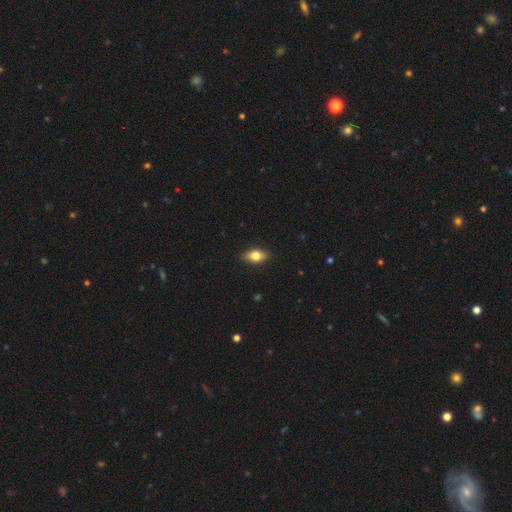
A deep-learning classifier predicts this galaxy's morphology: type=smooth (74%); roundness=in between (83%); merging=none (87%).